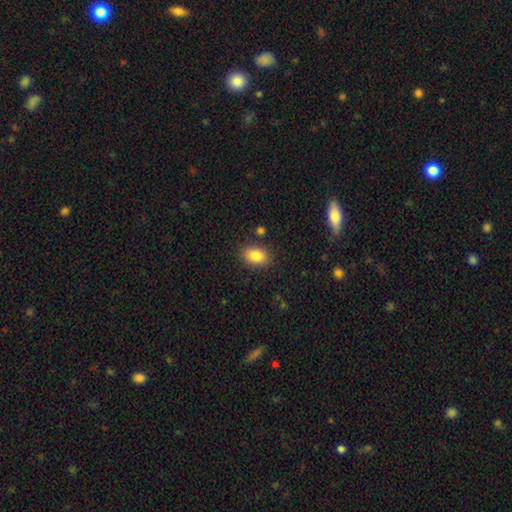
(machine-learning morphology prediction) This is clearly a smooth galaxy (86%). How rounded: clearly in between (81%). Merging: clearly none (85%).